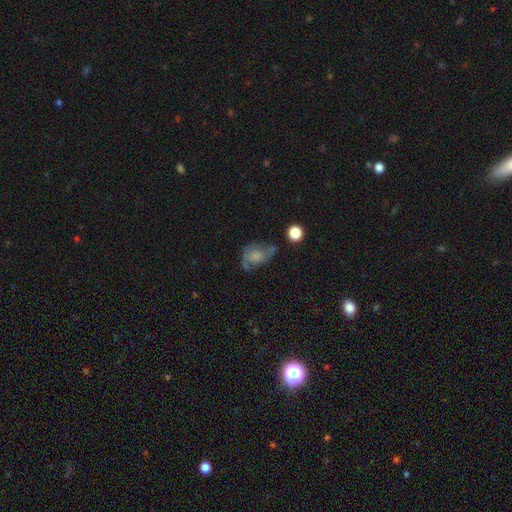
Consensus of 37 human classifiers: Overall: smooth (49%; featured or disk 46%). How rounded: in between (94%). Merging: minor disturbance (40%, tied with major disturbance).